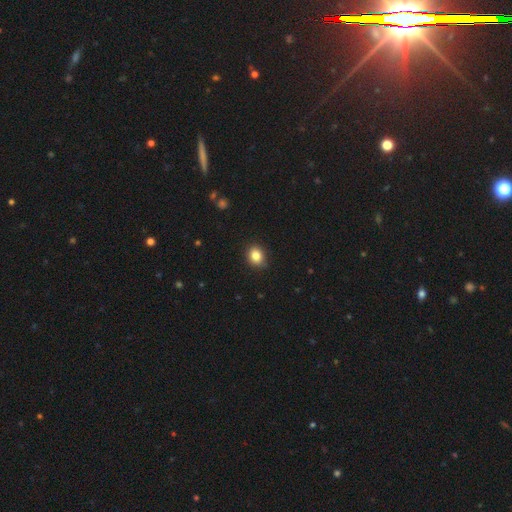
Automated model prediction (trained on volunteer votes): Smooth or featured? Predicted: smooth (p=0.84). How rounded? Predicted: round (p=0.55). Merging? Predicted: none (p=0.85).